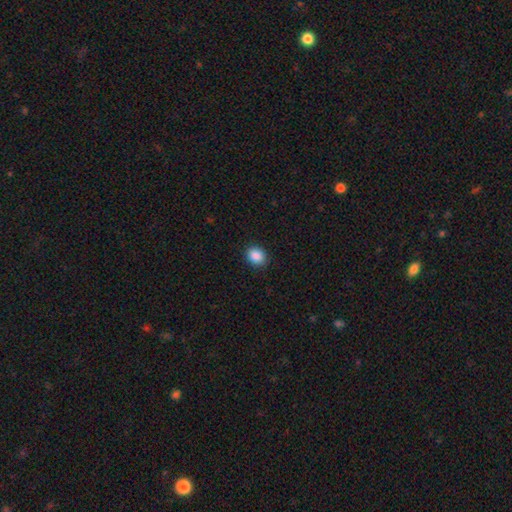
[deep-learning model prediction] This is clearly a smooth galaxy (88%). How rounded: possibly round (59%). Merging: clearly none (89%).